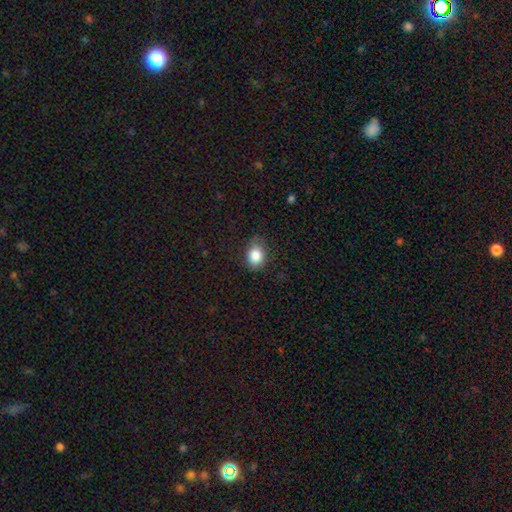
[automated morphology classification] type=smooth (85%); roundness=in between (58%); merging=none (73%).